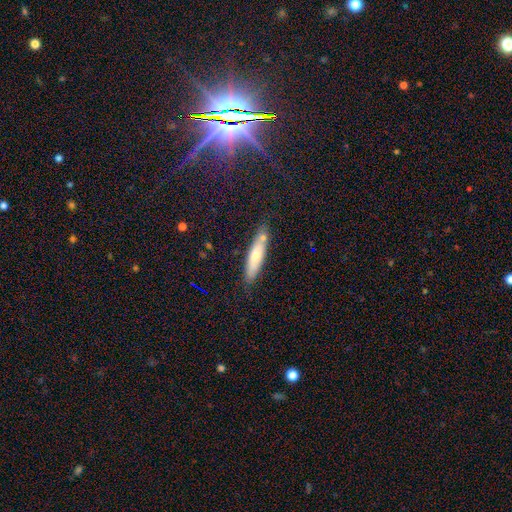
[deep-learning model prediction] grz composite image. It shows a smooth galaxy with no disk features (63%) that is cigar-shaped (76%). Merging: none (71%).